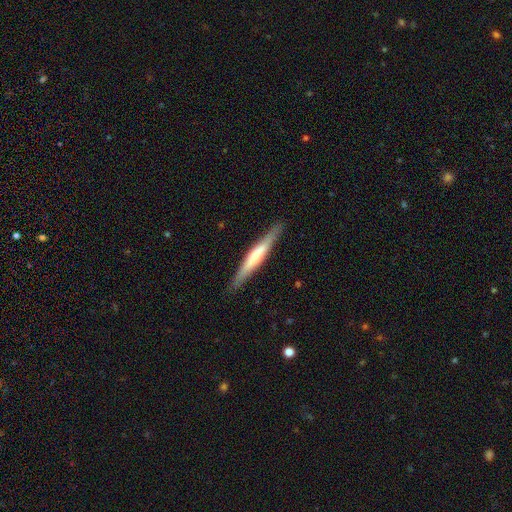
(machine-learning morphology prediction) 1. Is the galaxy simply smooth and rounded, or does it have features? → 49% featured or disk, 46% smooth, 5% star or artifact.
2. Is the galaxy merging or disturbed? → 89% none, 9% minor disturbance, 2% major disturbance, 1% merger.